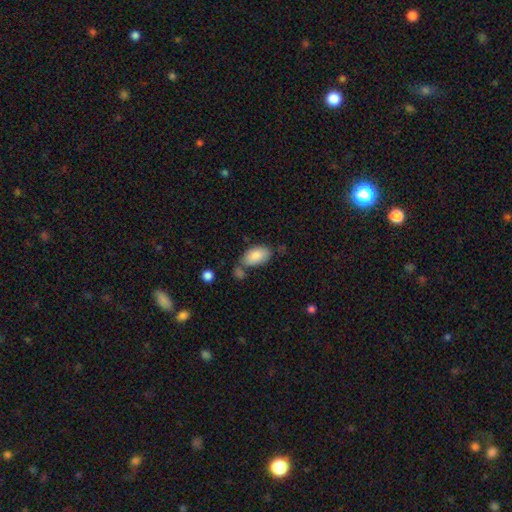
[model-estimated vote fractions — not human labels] Smooth or featured? smooth (85%)
How rounded? in between (94%)
Merging? none (57%)